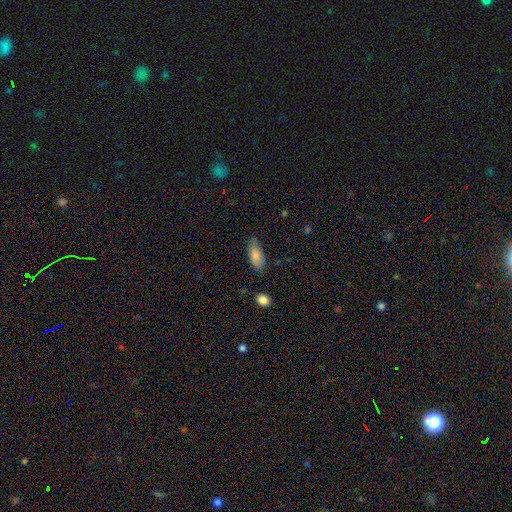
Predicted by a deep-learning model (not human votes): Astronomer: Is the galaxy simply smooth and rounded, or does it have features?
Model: smooth — 82%.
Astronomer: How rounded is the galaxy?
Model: in between — 83%.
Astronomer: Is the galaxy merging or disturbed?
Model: none — 77%.